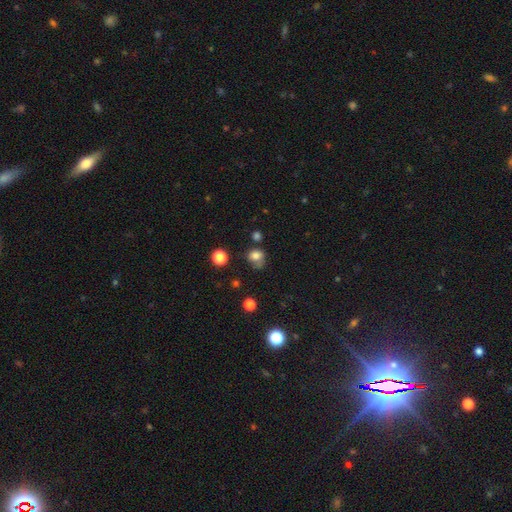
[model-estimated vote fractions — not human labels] The model was most divided on "merging": none: 50%, minor disturbance: 29%, major disturbance: 15%, merger: 7%. More confident: smooth or featured — smooth (76%); how rounded — round (68%).